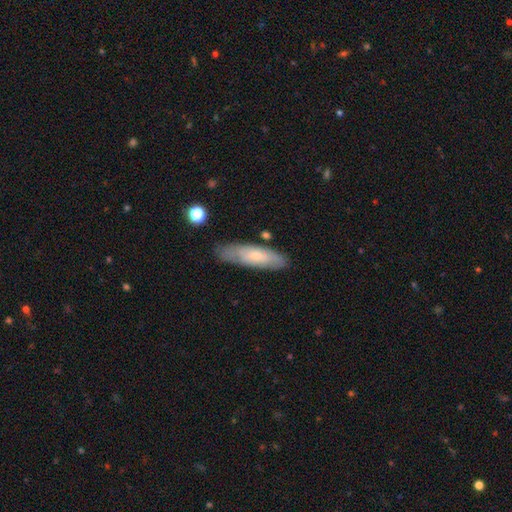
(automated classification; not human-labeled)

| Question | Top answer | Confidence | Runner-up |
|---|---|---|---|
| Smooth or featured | smooth | 56% | featured or disk (38%) |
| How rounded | cigar-shaped | 56% | in between (42%) |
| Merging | none | 76% | minor disturbance (18%) |